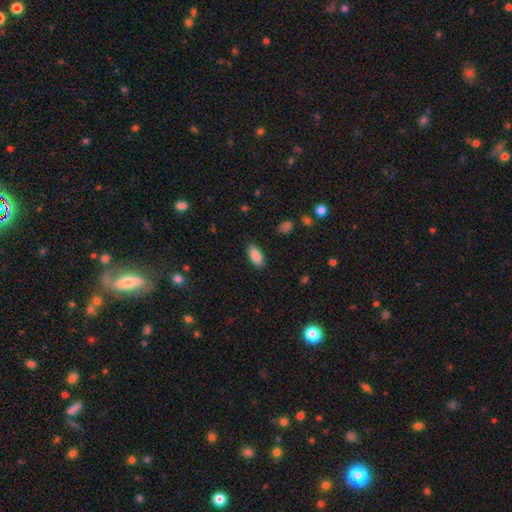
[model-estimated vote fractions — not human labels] A smooth galaxy with no disk features (88%) that is in between round and cigar-shaped (89%).

Vote fractions:
- Smooth or featured? smooth: 88% / star or artifact: 7% / featured or disk: 5%
- How rounded? in between: 89% / cigar-shaped: 9% / round: 2%
- Merging? none: 88% / minor disturbance: 9% / major disturbance: 2% / merger: 1%